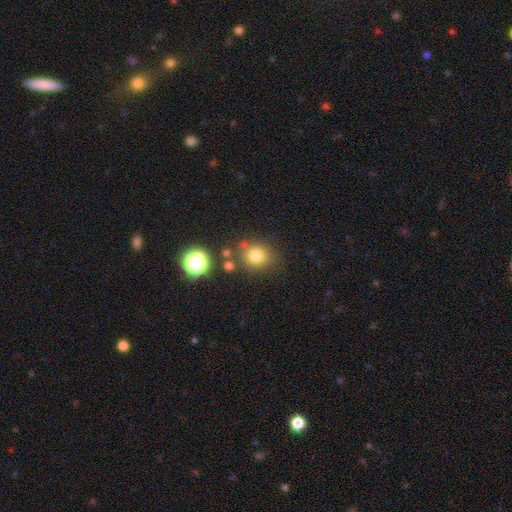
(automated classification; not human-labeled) Overall: smooth (77%). How rounded: round (76%). Merging: none (73%).